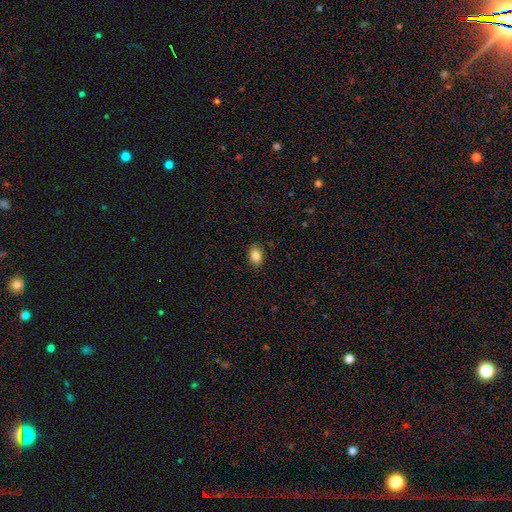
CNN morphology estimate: Smooth or featured: smooth — 86% (star or artifact — 9%)
How rounded: in between — 76% (round — 23%)
Merging: none — 87% (minor disturbance — 10%)